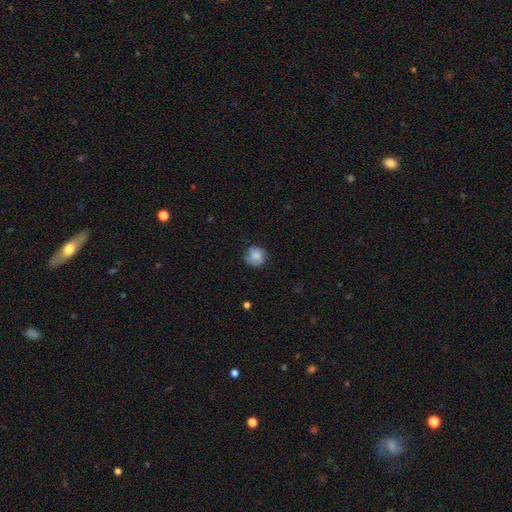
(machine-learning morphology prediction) Smooth or featured?
  - smooth: 68% *
  - featured or disk: 24%
  - star or artifact: 9%
How rounded?
  - round: 82% *
  - in between: 17%
  - cigar-shaped: 1%
Merging?
  - none: 65% *
  - minor disturbance: 25%
  - major disturbance: 8%
  - merger: 2%